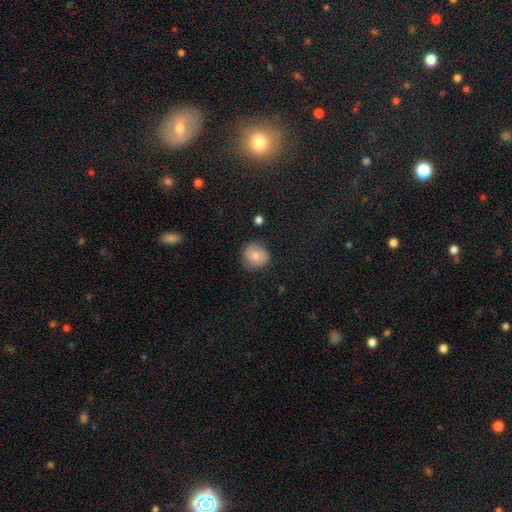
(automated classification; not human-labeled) smooth-or-featured: smooth: 77% | featured or disk: 14% | star or artifact: 9%
  how-rounded: round: 85% | in between: 14% | cigar-shaped: 1%
  merging: none: 77% | minor disturbance: 18% | major disturbance: 3% | merger: 2%